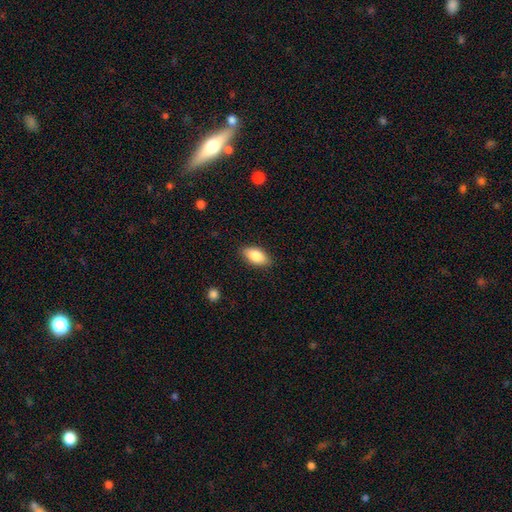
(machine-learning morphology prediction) This is clearly a smooth galaxy (86%). How rounded: clearly in between (92%). Merging: clearly none (87%).